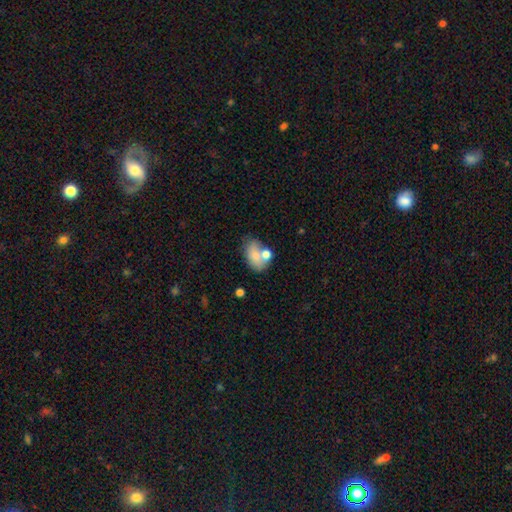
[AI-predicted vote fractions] smooth 72%, featured or disk 19%, star or artifact 9%. Down the decision tree: how rounded — in between (82%); merging — none (43%).